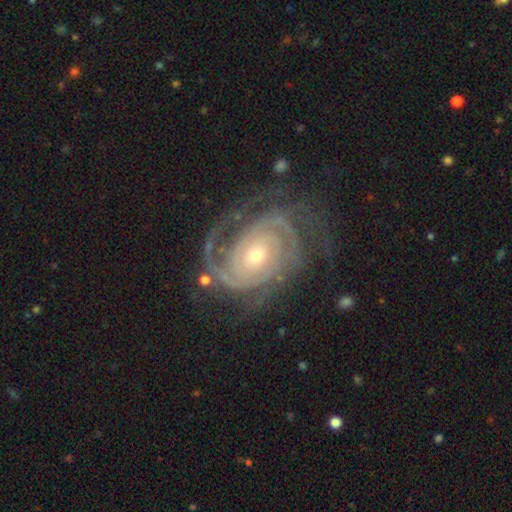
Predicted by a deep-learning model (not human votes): Overall: featured or disk (91%). Edge-on disk: no (97%). Bar: no (72%). Spiral arms: yes (98%). Spiral arm count: 2 (44%; 3 23%). Spiral winding: tight (74%). Bulge size: small (51%; moderate 45%). Merging: none (72%).